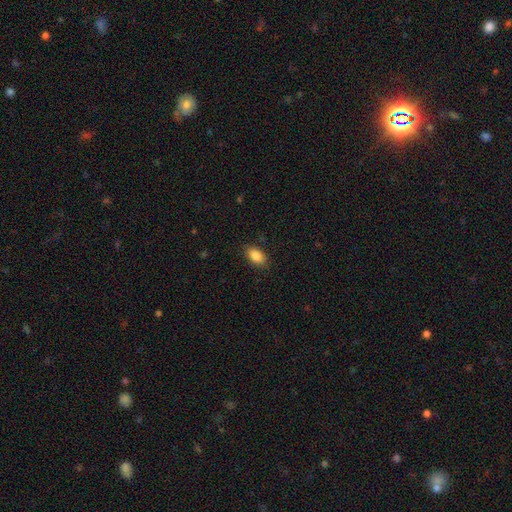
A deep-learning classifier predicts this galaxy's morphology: Overall: smooth (87%). How rounded: in between (91%). Merging: none (86%).